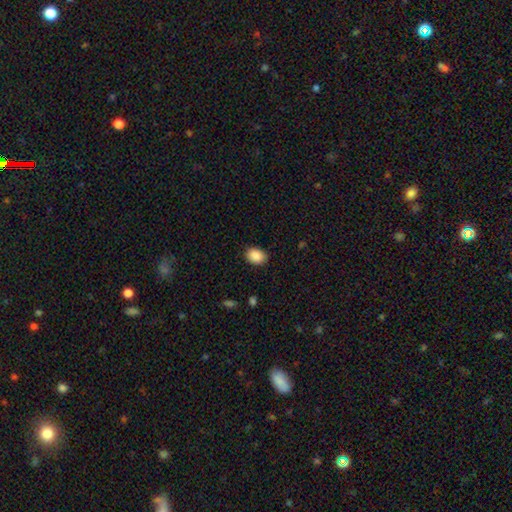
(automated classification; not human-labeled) Smooth or featured?
  - smooth: 89% *
  - star or artifact: 7%
  - featured or disk: 3%
How rounded?
  - in between: 73% *
  - round: 26%
  - cigar-shaped: 1%
Merging?
  - none: 87% *
  - minor disturbance: 10%
  - major disturbance: 2%
  - merger: 1%